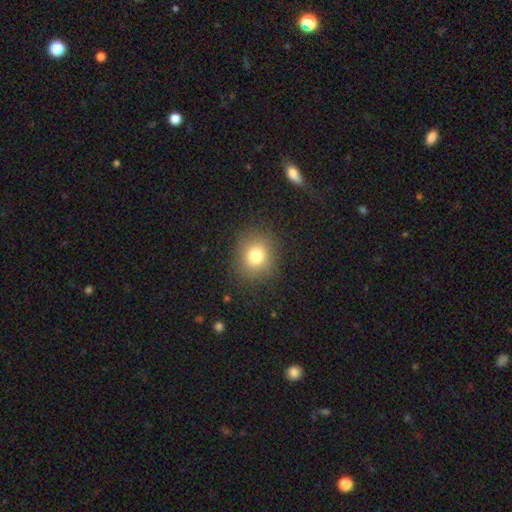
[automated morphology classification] Smooth or featured? Predicted: smooth (p=0.79). How rounded? Predicted: round (p=0.78). Merging? Predicted: none (p=0.86).